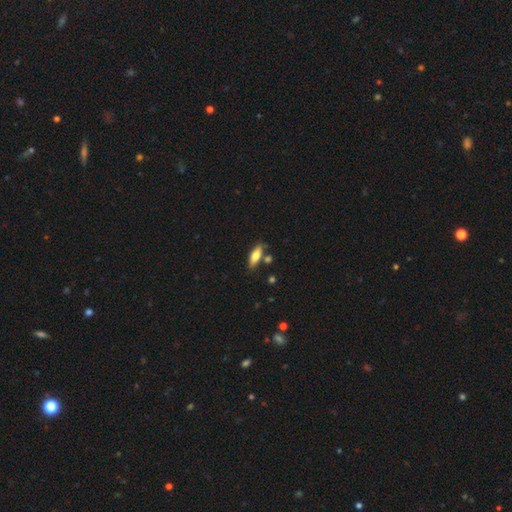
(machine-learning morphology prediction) A smooth galaxy with no disk features (72%) that is in between round and cigar-shaped (58%).

Vote fractions:
- Smooth or featured? smooth: 72% / featured or disk: 21% / star or artifact: 6%
- How rounded? in between: 58% / cigar-shaped: 40% / round: 2%
- Merging? none: 77% / minor disturbance: 12% / merger: 8% / major disturbance: 3%